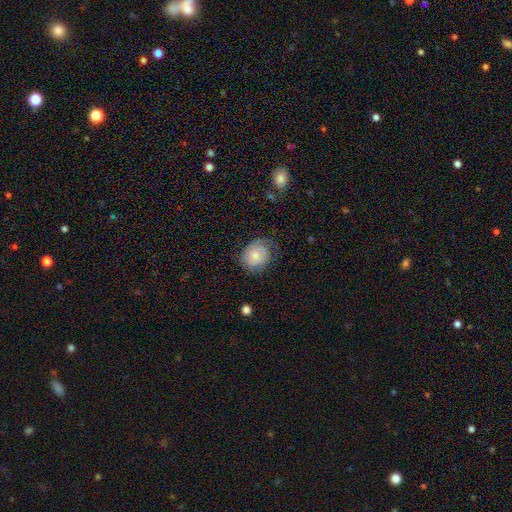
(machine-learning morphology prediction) smooth_or_featured: smooth (p=0.65) [alt: featured or disk p=0.28]
how_rounded: round (p=0.62) [alt: in between p=0.38]
merging: none (p=0.59) [alt: minor disturbance p=0.27]